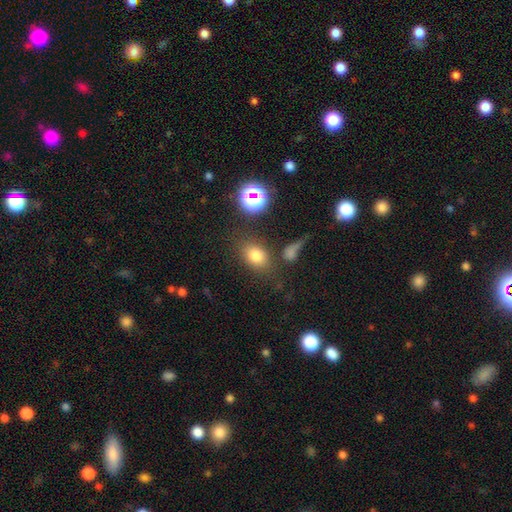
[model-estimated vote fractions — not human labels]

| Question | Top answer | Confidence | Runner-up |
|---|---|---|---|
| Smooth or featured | smooth | 75% | star or artifact (15%) |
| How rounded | in between | 67% | round (31%) |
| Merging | none | 73% | minor disturbance (13%) |